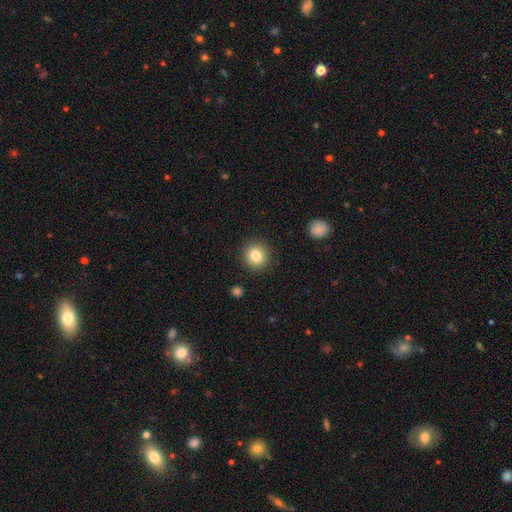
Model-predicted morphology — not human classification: The model was most divided on "smooth or featured": smooth: 83%, star or artifact: 10%, featured or disk: 8%. More confident: how rounded — round (91%); merging — none (90%).